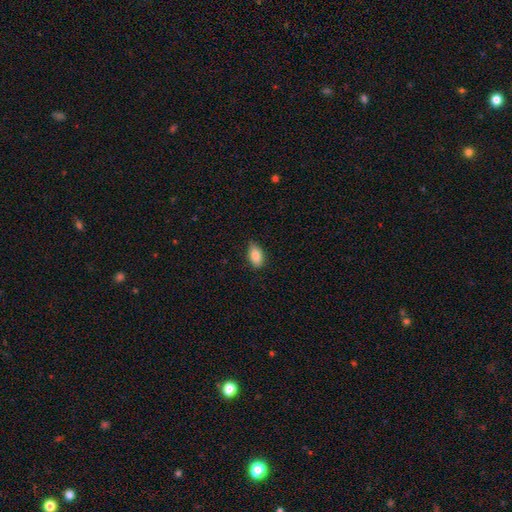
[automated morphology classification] Smooth or featured: smooth — 86% (star or artifact — 7%)
How rounded: in between — 91% (round — 5%)
Merging: none — 78% (minor disturbance — 19%)